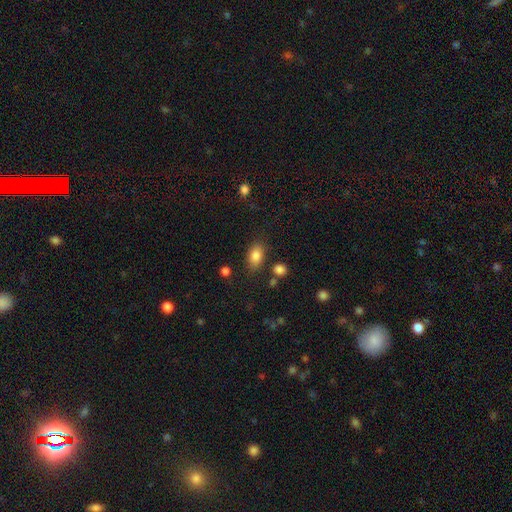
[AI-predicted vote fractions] A smooth galaxy with no disk features (84%) that is in between round and cigar-shaped (85%).

Vote fractions:
- Smooth or featured? smooth: 84% / star or artifact: 9% / featured or disk: 7%
- How rounded? in between: 85% / round: 12% / cigar-shaped: 2%
- Merging? none: 78% / minor disturbance: 13% / merger: 5% / major disturbance: 4%